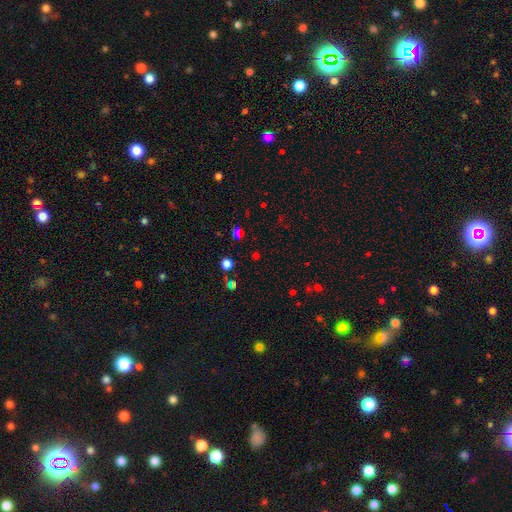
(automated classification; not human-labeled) The model was most divided on "smooth or featured": star or artifact: 49%, smooth: 44%, featured or disk: 8%.